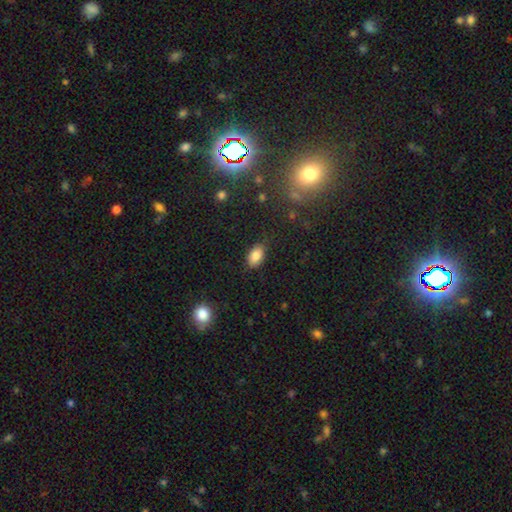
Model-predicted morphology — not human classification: smooth 85%, star or artifact 9%, featured or disk 6%. Down the decision tree: how rounded — in between (92%); merging — none (82%).